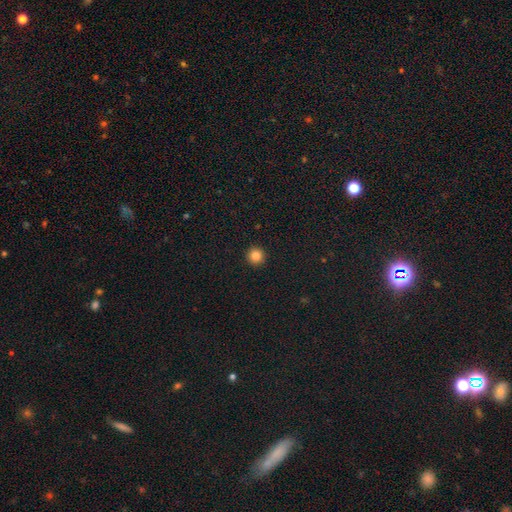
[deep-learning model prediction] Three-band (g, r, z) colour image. It shows a smooth galaxy with no disk features (83%) that is round (96%). Merging: none (94%).